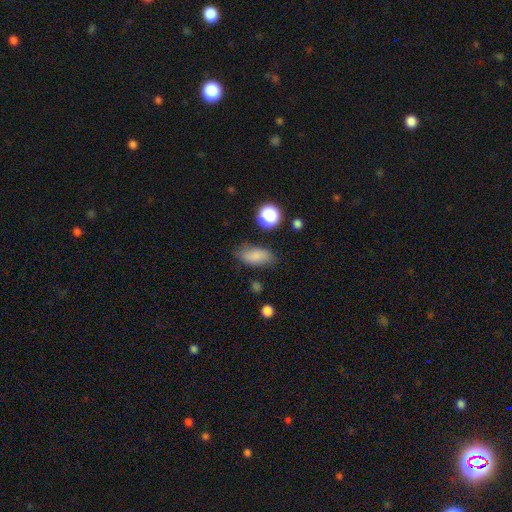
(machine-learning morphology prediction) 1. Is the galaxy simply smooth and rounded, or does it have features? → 81% smooth, 10% star or artifact, 9% featured or disk.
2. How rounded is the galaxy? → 86% in between, 9% cigar-shaped, 6% round.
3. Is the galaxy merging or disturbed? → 77% none, 16% minor disturbance, 4% major disturbance, 2% merger.